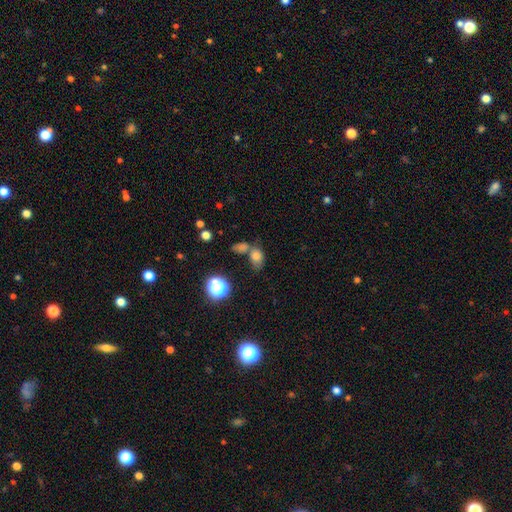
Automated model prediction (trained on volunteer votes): Smooth or featured?
  - smooth: 76% *
  - star or artifact: 15%
  - featured or disk: 9%
How rounded?
  - in between: 69% *
  - round: 29%
  - cigar-shaped: 2%
Merging?
  - merger: 43% *
  - none: 38%
  - minor disturbance: 12%
  - major disturbance: 7%